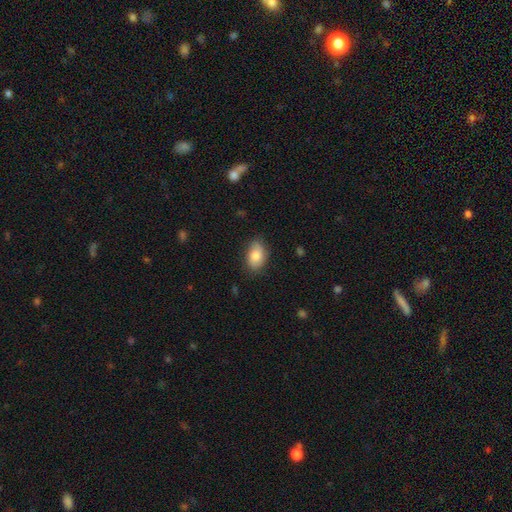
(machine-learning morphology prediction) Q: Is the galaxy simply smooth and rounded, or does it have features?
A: smooth — 83%.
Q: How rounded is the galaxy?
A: in between — 88%.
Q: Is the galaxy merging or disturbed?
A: none — 76%.